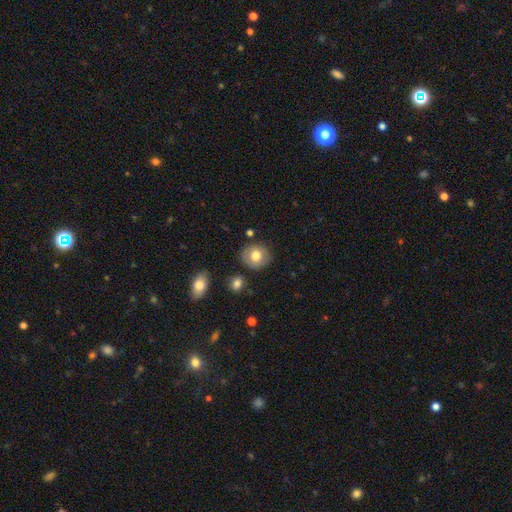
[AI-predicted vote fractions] Smooth or featured?
  - smooth: 74% *
  - featured or disk: 18%
  - star or artifact: 8%
How rounded?
  - round: 78% *
  - in between: 21%
  - cigar-shaped: 1%
Merging?
  - none: 83% *
  - minor disturbance: 11%
  - merger: 3%
  - major disturbance: 3%